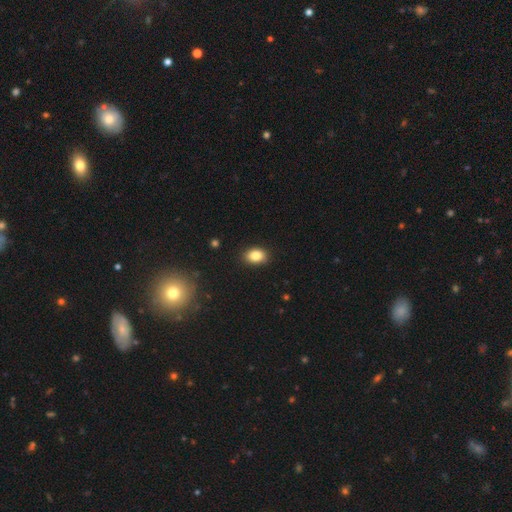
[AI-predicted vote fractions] The model was most divided on "how rounded": in between: 75%, round: 23%, cigar-shaped: 1%. More confident: merging — none (87%); smooth or featured — smooth (84%).